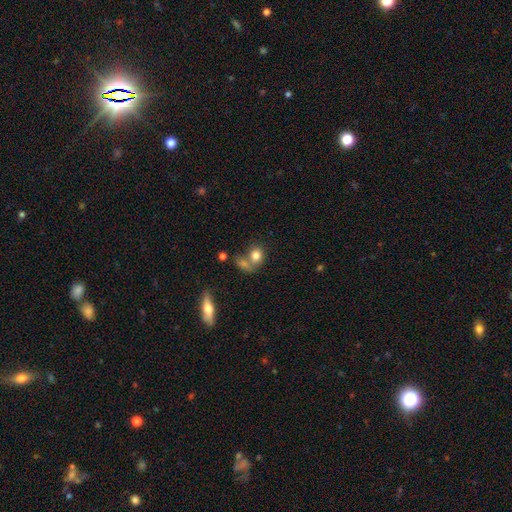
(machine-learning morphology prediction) Smooth or featured?
  - smooth: 78% *
  - featured or disk: 12%
  - star or artifact: 10%
How rounded?
  - round: 59% *
  - in between: 39%
  - cigar-shaped: 2%
Merging?
  - merger: 47% *
  - none: 36%
  - minor disturbance: 10%
  - major disturbance: 7%